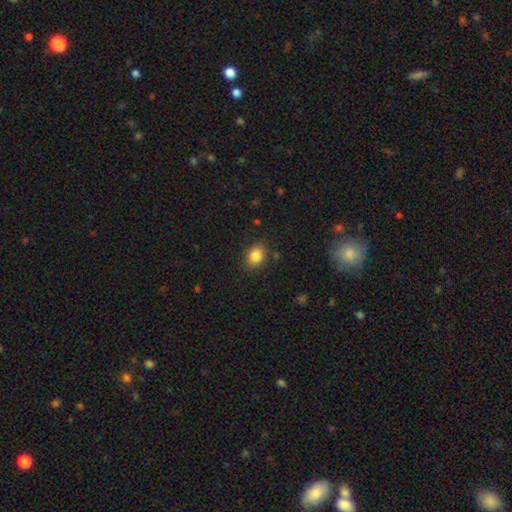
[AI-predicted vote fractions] The model was most divided on "how rounded": in between: 60%, round: 39%, cigar-shaped: 1%. More confident: smooth or featured — smooth (84%); merging — none (84%).